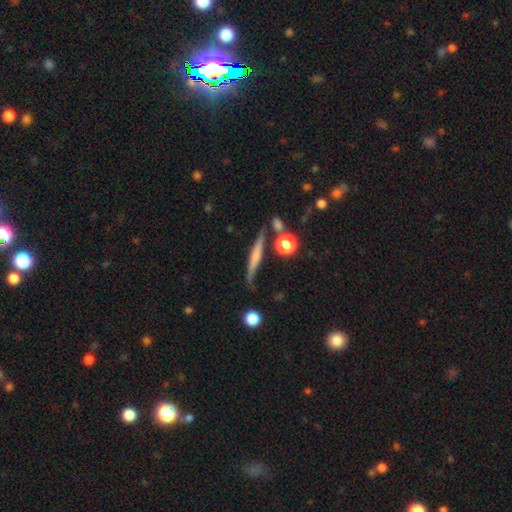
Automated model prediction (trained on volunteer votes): The model was most divided on "smooth or featured": featured or disk: 50%, smooth: 42%, star or artifact: 8%. More confident: merging — none (75%).